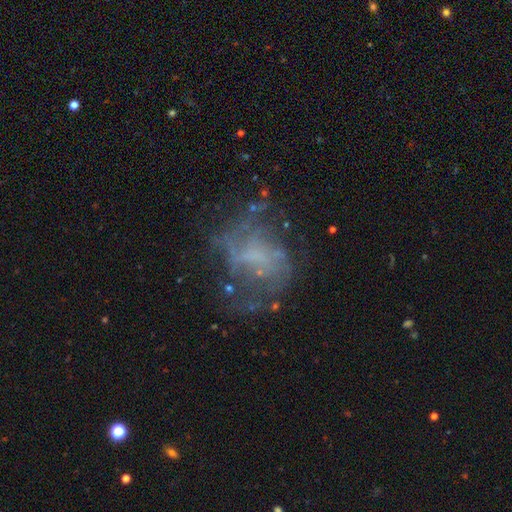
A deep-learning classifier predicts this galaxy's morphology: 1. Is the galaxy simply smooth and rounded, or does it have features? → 63% featured or disk, 20% smooth, 18% star or artifact.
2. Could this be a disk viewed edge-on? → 97% no, 3% yes.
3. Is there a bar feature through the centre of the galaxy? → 65% no, 27% weak, 8% strong.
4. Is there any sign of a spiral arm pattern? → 54% no, 46% yes.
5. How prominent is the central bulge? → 61% none, 21% small, 13% moderate, 3% large, 1% dominant.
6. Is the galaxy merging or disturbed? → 49% none, 28% major disturbance, 19% minor disturbance, 4% merger.